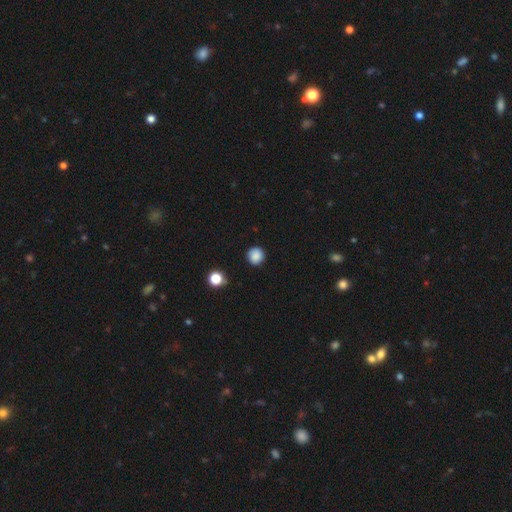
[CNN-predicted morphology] type=smooth (86%); roundness=round (94%); merging=none (90%).